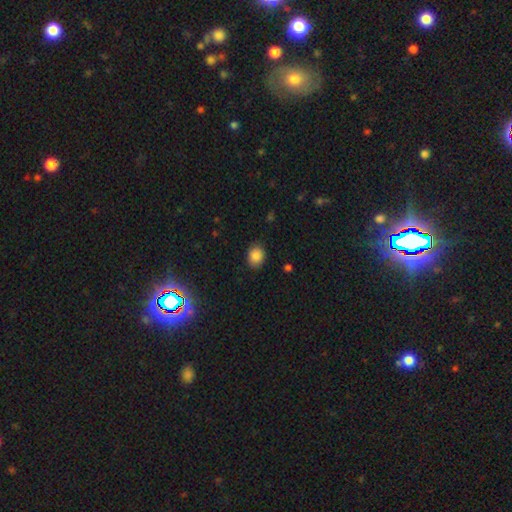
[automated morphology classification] This appears to be a smooth galaxy with no disk features (86%) that is in between round and cigar-shaped (54%). Merging: none (86%).